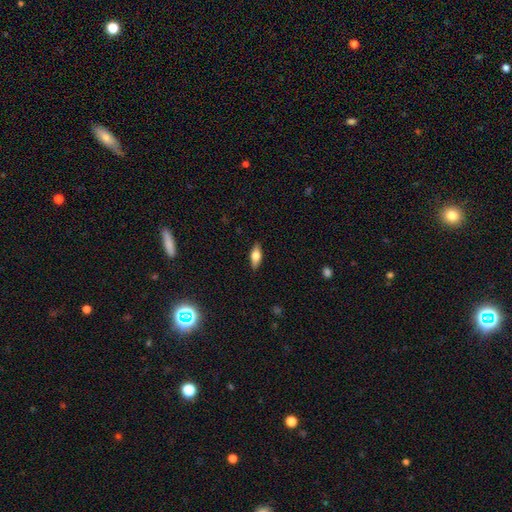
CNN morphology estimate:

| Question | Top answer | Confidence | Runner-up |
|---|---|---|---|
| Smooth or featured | smooth | 61% | featured or disk (31%) |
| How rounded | in between | 74% | cigar-shaped (22%) |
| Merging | none | 87% | minor disturbance (9%) |